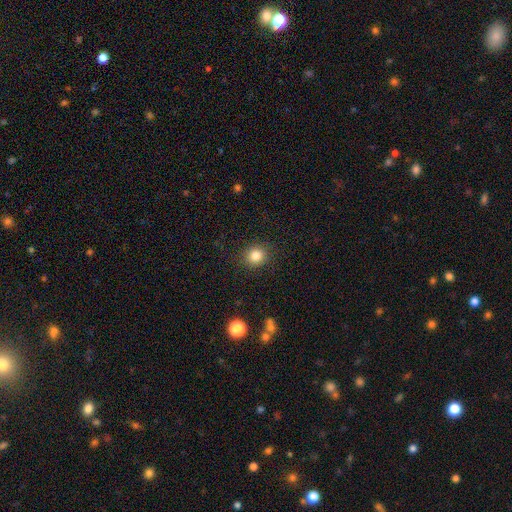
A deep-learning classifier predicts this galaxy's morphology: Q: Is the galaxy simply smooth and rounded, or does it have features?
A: smooth — 83%.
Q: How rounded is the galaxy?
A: round — 85%.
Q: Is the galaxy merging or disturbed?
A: none — 89%.